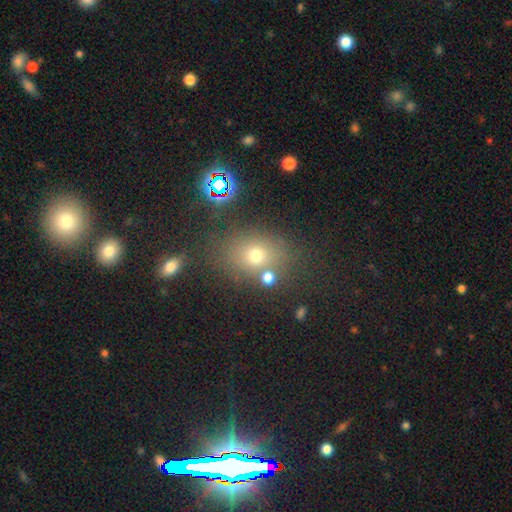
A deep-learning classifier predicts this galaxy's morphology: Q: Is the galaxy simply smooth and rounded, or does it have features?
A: smooth — 65%.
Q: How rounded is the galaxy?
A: round — 50%.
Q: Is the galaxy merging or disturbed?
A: none — 70%.